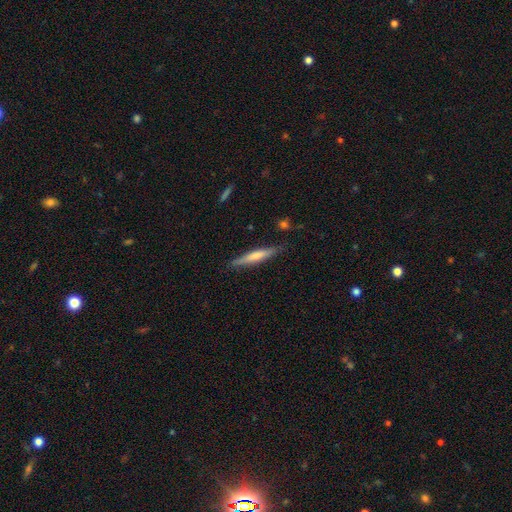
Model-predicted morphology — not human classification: Smooth or featured? featured or disk (57%)
Edge-on disk? yes (96%)
Edge-on bulge? rounded (63%)
Merging? none (88%)